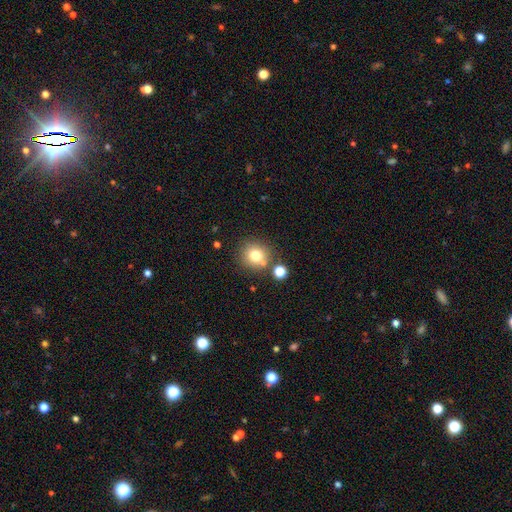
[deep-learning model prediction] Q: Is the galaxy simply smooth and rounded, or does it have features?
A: smooth — 75%.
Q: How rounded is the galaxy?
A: round — 91%.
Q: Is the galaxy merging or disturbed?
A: none — 74%.